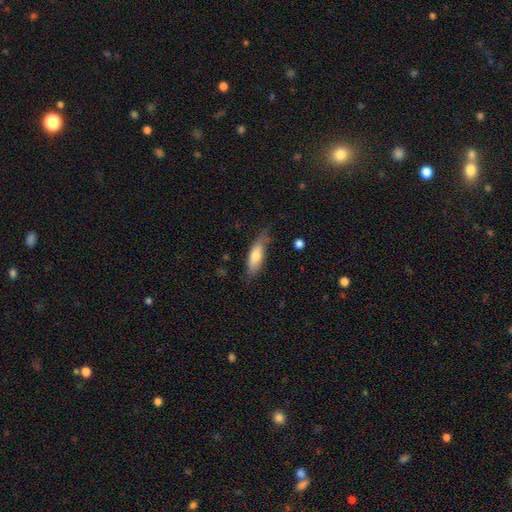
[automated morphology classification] This appears to be a smooth galaxy with no disk features (70%) that is in between round and cigar-shaped (54%). Merging: none (68%).